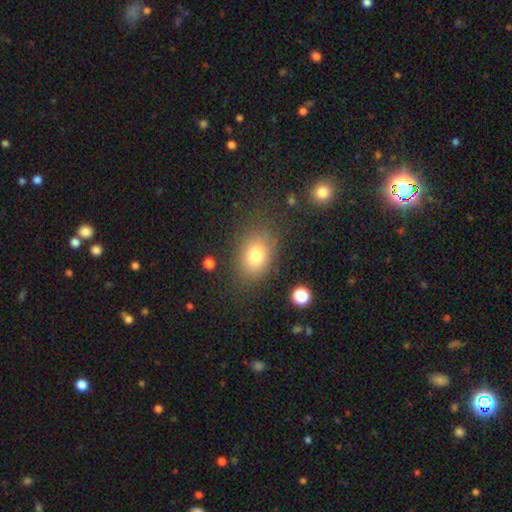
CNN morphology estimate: Smooth or featured? Predicted: smooth (p=0.77). How rounded? Predicted: in between (p=0.71). Merging? Predicted: none (p=0.78).